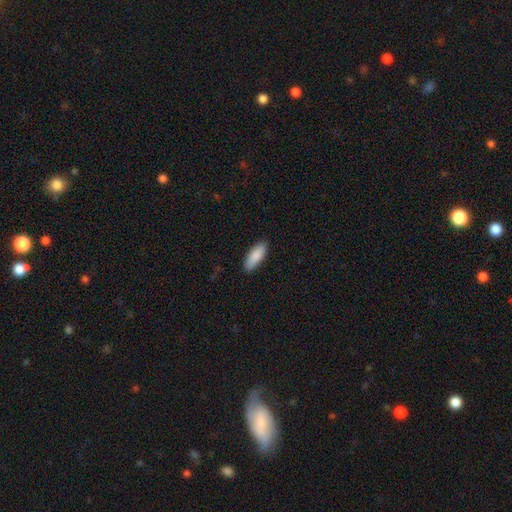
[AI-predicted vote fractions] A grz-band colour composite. It shows a smooth galaxy with no disk features (89%) that is in between round and cigar-shaped (77%). Merging: none (87%).